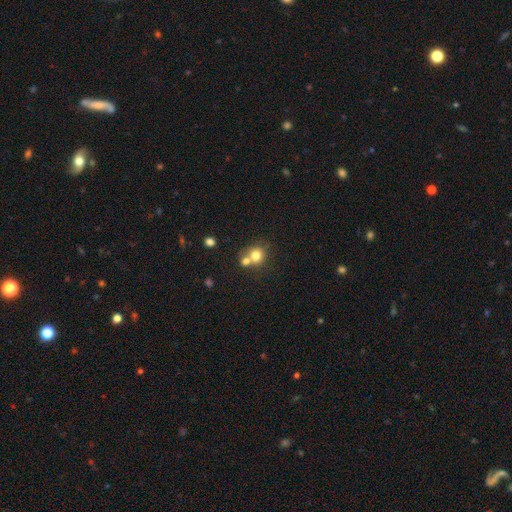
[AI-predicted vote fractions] Morphology: type=smooth (76%); roundness=round (83%); merging=merger (47%).